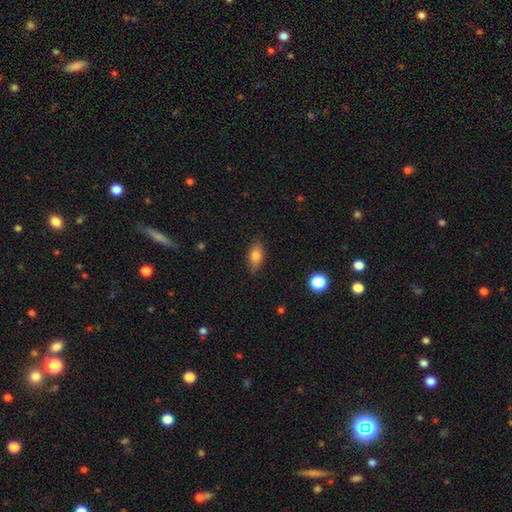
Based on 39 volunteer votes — smooth_or_featured: smooth (p=0.82) [alt: featured or disk p=0.10]
how_rounded: in between (p=0.84) [alt: round p=0.09]
merging: none (p=0.89) [alt: minor disturbance p=0.06]